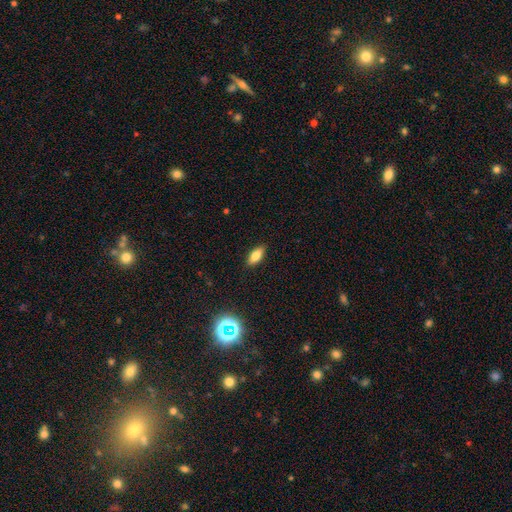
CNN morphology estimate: smooth 77%, featured or disk 13%, star or artifact 10%. Down the decision tree: how rounded — in between (81%); merging — none (88%).